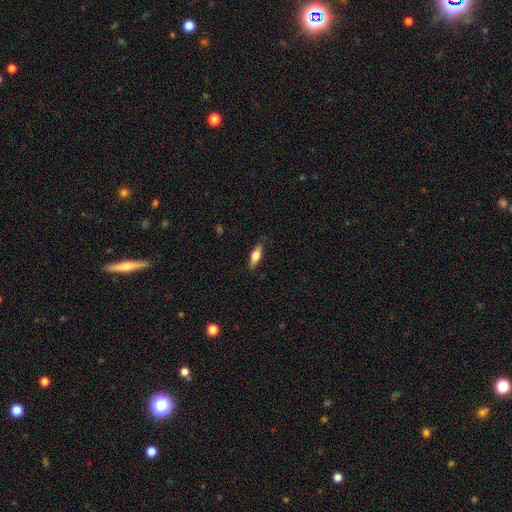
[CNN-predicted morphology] The model was most divided on "how rounded": cigar-shaped: 50%, in between: 48%, round: 2%. More confident: merging — none (84%); smooth or featured — smooth (61%).